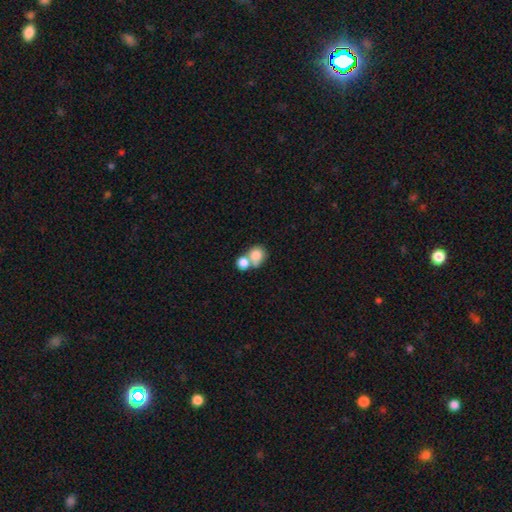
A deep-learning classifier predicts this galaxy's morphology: Q: Smooth or featured?
A: smooth (80%); runner-up: featured or disk (11%)
Q: How rounded?
A: round (75%); runner-up: in between (24%)
Q: Merging?
A: merger (55%); runner-up: none (33%)